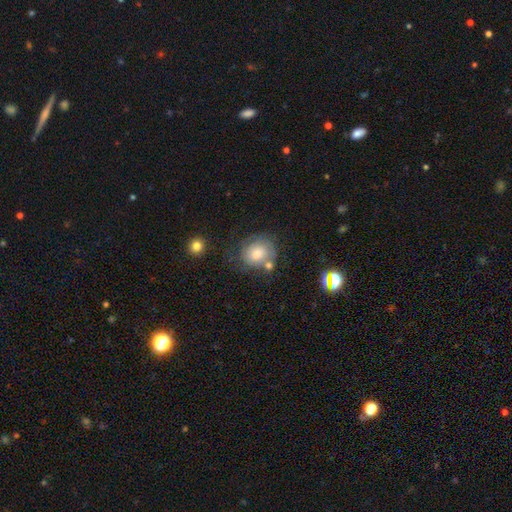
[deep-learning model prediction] smooth-or-featured: smooth: 57% | featured or disk: 30% | star or artifact: 13%
  how-rounded: round: 68% | in between: 31% | cigar-shaped: 1%
  merging: none: 58% | minor disturbance: 21% | merger: 12% | major disturbance: 10%